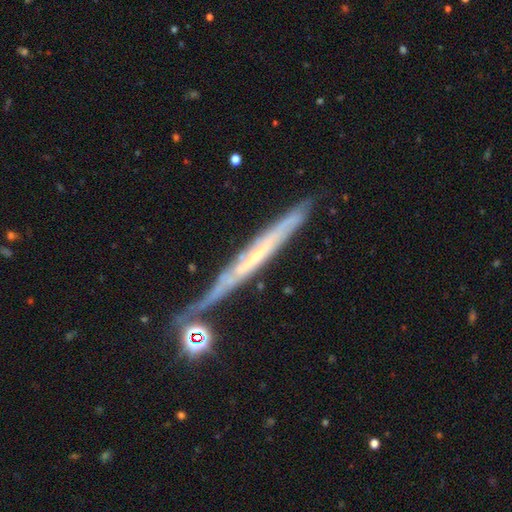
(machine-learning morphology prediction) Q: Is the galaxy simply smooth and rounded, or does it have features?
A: featured or disk — 74%.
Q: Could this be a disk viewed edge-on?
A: yes — 83%.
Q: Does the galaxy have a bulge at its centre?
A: none — 70%.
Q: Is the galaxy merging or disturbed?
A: none — 68%.